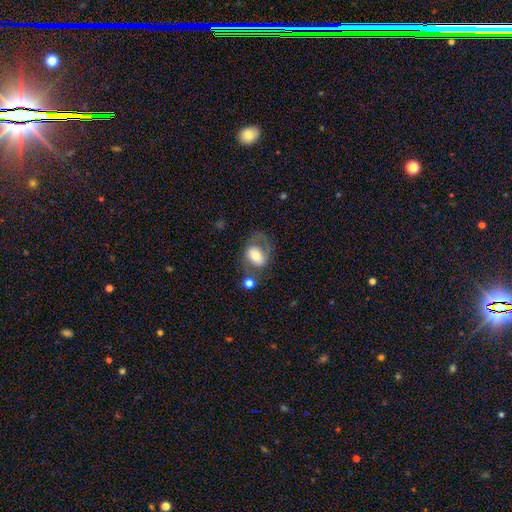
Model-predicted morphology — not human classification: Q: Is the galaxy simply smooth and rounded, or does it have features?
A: smooth — 51%.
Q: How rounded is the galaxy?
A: in between — 63%.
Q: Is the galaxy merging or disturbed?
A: none — 46%.